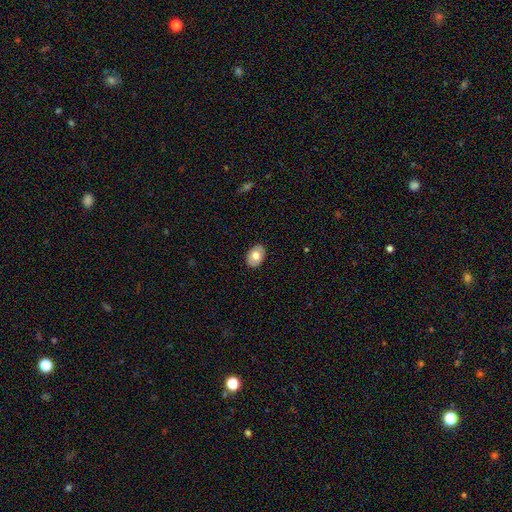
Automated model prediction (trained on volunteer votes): smooth 70%, featured or disk 23%, star or artifact 7%. Down the decision tree: how rounded — in between (78%); merging — none (88%).